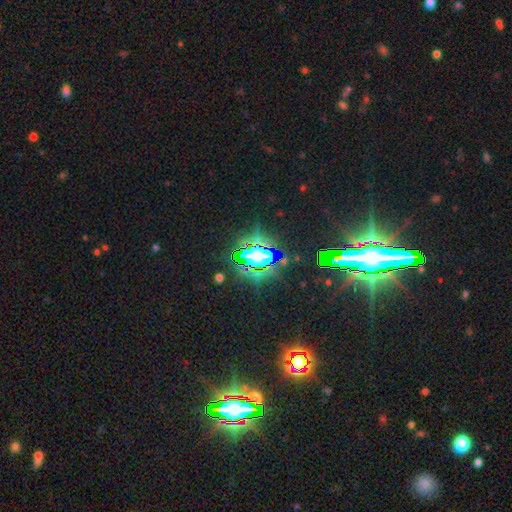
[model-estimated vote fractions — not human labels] Smooth or featured: star or artifact — 72% (smooth — 18%)